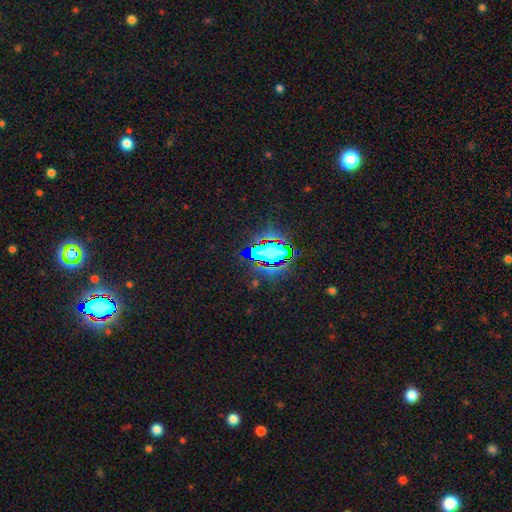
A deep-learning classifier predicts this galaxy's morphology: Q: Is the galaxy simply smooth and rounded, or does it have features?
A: star or artifact — 79%.